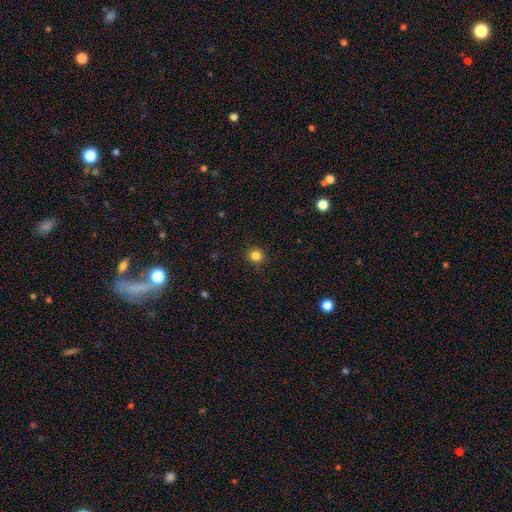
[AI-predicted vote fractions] Smooth or featured: smooth — 84% (star or artifact — 12%)
How rounded: round — 91% (in between — 9%)
Merging: none — 90% (minor disturbance — 7%)